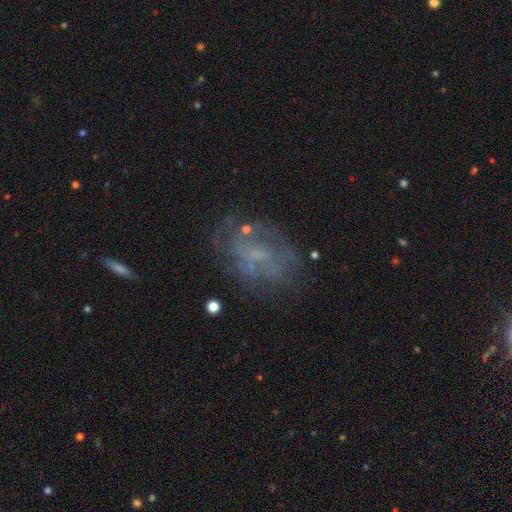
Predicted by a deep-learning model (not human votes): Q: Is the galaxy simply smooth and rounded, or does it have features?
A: featured or disk — 62%.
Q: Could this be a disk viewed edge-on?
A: no — 97%.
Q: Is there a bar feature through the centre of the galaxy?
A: no — 64%.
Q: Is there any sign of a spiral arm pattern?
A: yes — 51%.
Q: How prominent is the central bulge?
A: none — 45%.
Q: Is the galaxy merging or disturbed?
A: none — 60%.